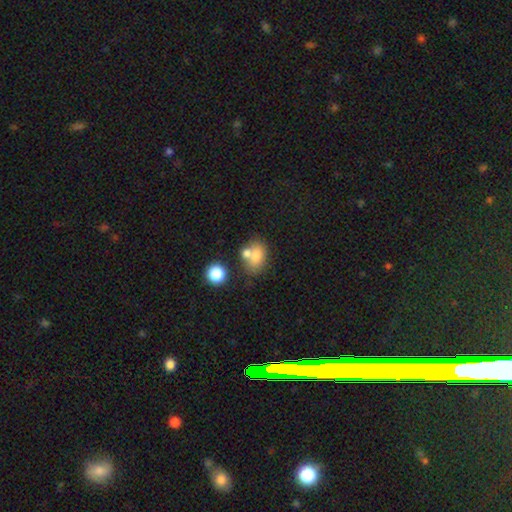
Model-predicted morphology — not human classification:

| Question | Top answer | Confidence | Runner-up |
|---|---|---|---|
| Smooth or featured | smooth | 75% | featured or disk (14%) |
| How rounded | in between | 72% | round (27%) |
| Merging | none | 43% | merger (36%) |